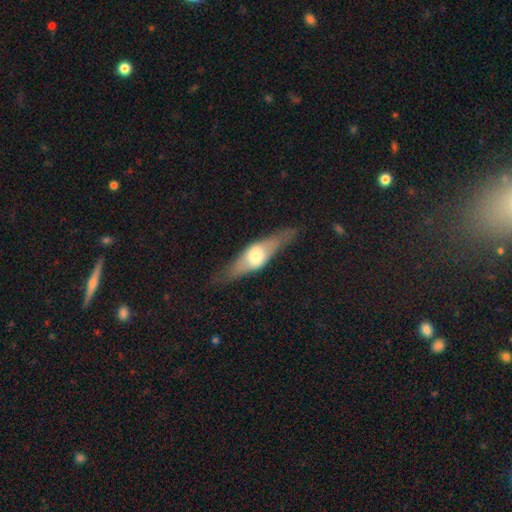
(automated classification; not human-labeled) smooth_or_featured: featured or disk (p=0.60) [alt: smooth p=0.34]
disk_edge_on: yes (p=0.86) [alt: no p=0.14]
edge_on_bulge: rounded (p=0.89) [alt: boxy p=0.08]
merging: none (p=0.79) [alt: minor disturbance p=0.14]